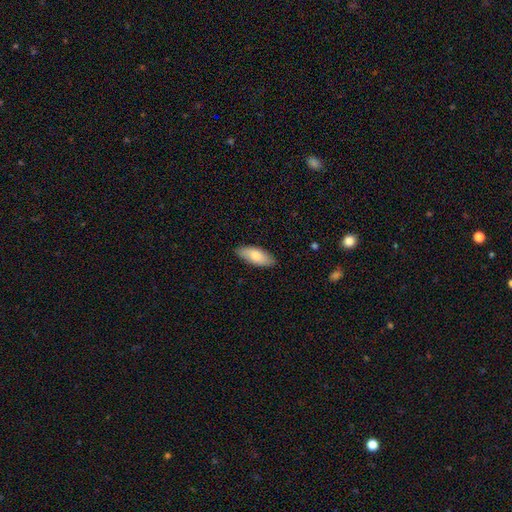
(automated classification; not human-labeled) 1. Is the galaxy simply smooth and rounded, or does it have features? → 80% smooth, 14% featured or disk, 5% star or artifact.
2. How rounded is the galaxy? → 81% in between, 17% cigar-shaped, 2% round.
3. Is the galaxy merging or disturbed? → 87% none, 10% minor disturbance, 2% major disturbance, 1% merger.